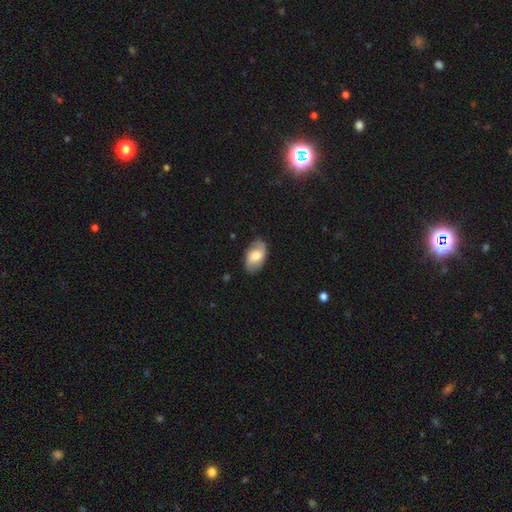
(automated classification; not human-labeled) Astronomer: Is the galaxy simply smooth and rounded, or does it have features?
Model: smooth — 59% (runner-up: featured or disk, 34%).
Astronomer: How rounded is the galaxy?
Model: in between — 93%.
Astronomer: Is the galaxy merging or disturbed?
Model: none — 80%.